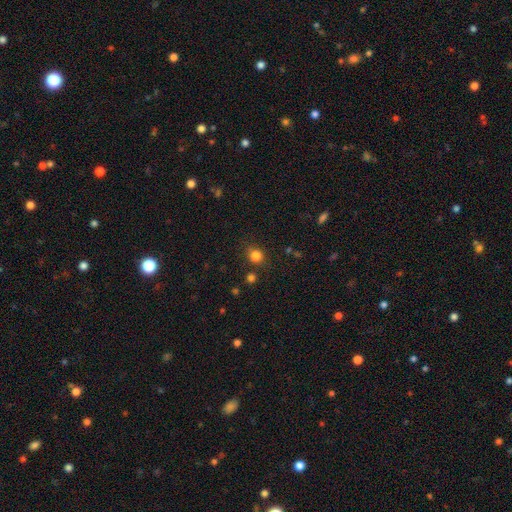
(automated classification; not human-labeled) Q: Smooth or featured?
A: smooth (82%); runner-up: star or artifact (14%)
Q: How rounded?
A: round (83%); runner-up: in between (16%)
Q: Merging?
A: none (78%); runner-up: minor disturbance (12%)